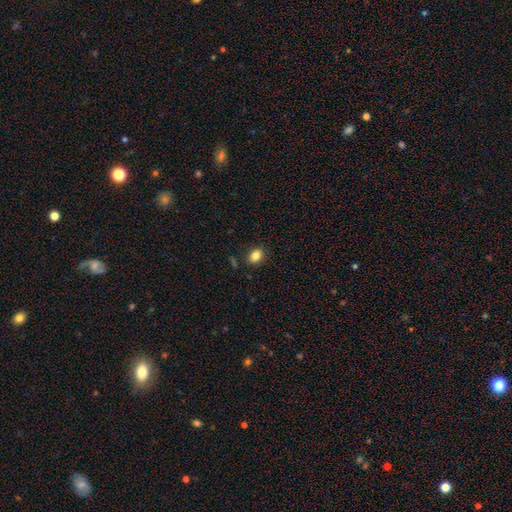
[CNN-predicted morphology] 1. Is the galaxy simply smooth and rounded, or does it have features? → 84% smooth, 10% star or artifact, 6% featured or disk.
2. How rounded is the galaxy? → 57% in between, 42% round, 1% cigar-shaped.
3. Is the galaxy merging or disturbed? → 84% none, 11% minor disturbance, 3% major disturbance, 2% merger.